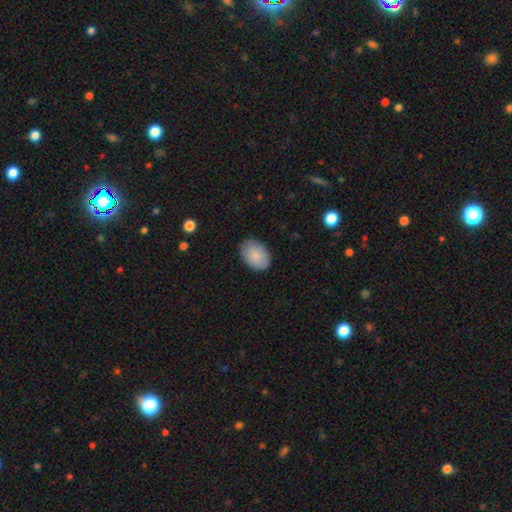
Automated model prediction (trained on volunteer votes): A smooth galaxy with no disk features (87%) that is in between round and cigar-shaped (86%).

Vote fractions:
- Smooth or featured? smooth: 87% / featured or disk: 7% / star or artifact: 6%
- How rounded? in between: 86% / round: 13% / cigar-shaped: 1%
- Merging? none: 84% / minor disturbance: 12% / major disturbance: 2% / merger: 1%